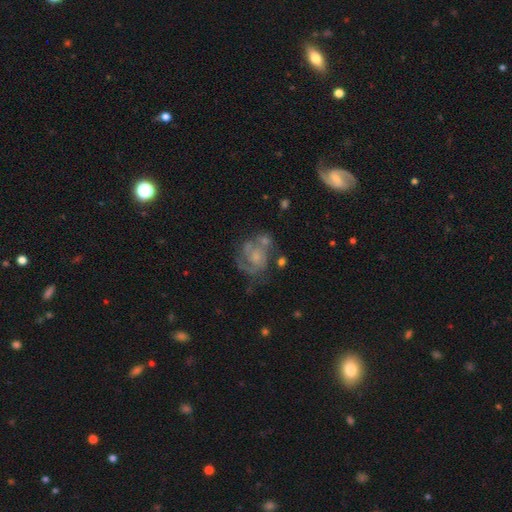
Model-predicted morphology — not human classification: featured or disk 74%, smooth 17%, star or artifact 9%. Down the decision tree: edge-on disk — no (98%); bar — no (73%); spiral arms — yes (84%); spiral arm count — 2 (43%); spiral winding — medium (43%); bulge size — small (51%); merging — none (46%).